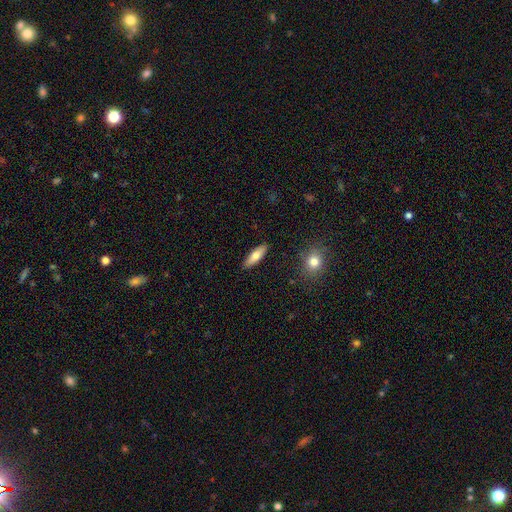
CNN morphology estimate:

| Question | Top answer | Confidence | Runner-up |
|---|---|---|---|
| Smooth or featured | smooth | 70% | featured or disk (24%) |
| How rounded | in between | 53% | cigar-shaped (45%) |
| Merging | none | 89% | minor disturbance (8%) |